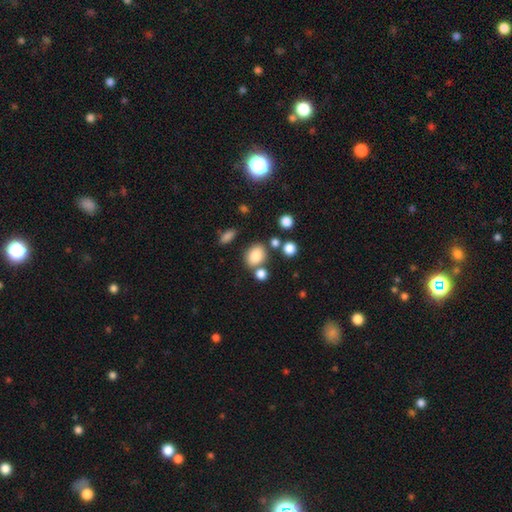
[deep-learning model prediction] smooth_or_featured: smooth (p=0.81) [alt: star or artifact p=0.12]
how_rounded: in between (p=0.55) [alt: round p=0.44]
merging: none (p=0.69) [alt: merger p=0.14]